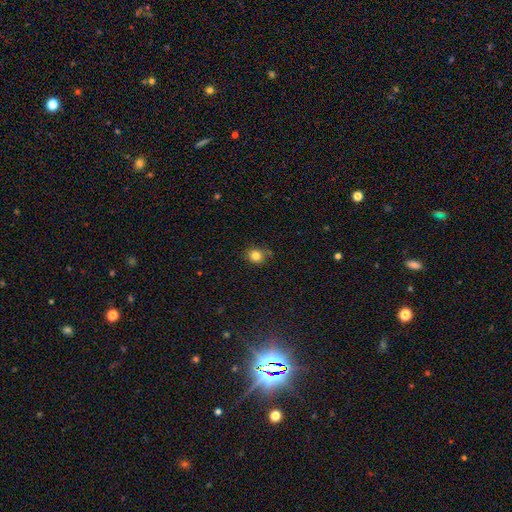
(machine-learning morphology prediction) Smooth or featured?
  - smooth: 82% *
  - star or artifact: 12%
  - featured or disk: 6%
How rounded?
  - round: 79% *
  - in between: 20%
  - cigar-shaped: 1%
Merging?
  - none: 78% *
  - minor disturbance: 16%
  - merger: 4%
  - major disturbance: 3%